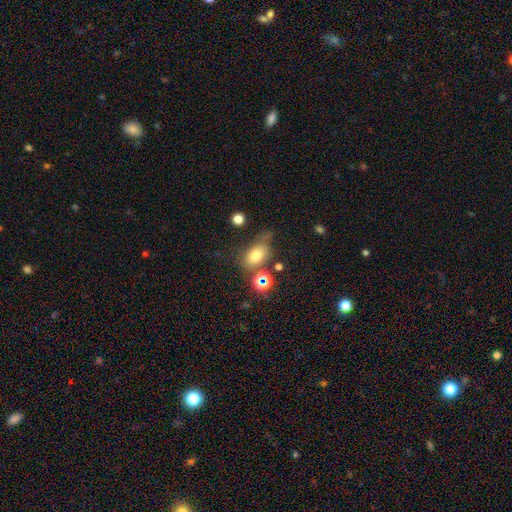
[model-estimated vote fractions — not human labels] Q: Smooth or featured?
A: smooth (70%); runner-up: star or artifact (16%)
Q: How rounded?
A: in between (75%); runner-up: round (22%)
Q: Merging?
A: none (52%); runner-up: minor disturbance (24%)